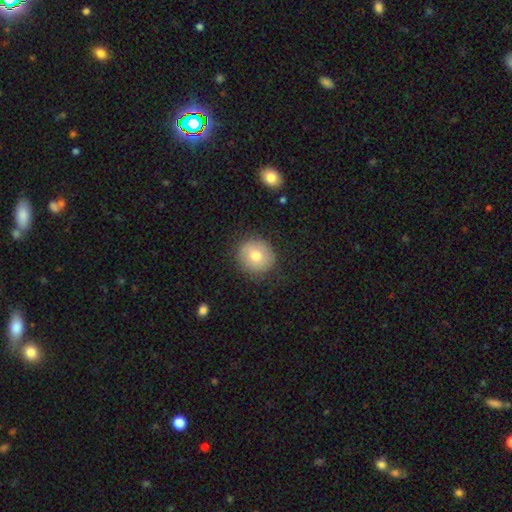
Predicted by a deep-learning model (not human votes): Smooth or featured?
  - smooth: 74% *
  - featured or disk: 17%
  - star or artifact: 9%
How rounded?
  - round: 87% *
  - in between: 12%
  - cigar-shaped: 1%
Merging?
  - none: 84% *
  - minor disturbance: 11%
  - major disturbance: 3%
  - merger: 1%